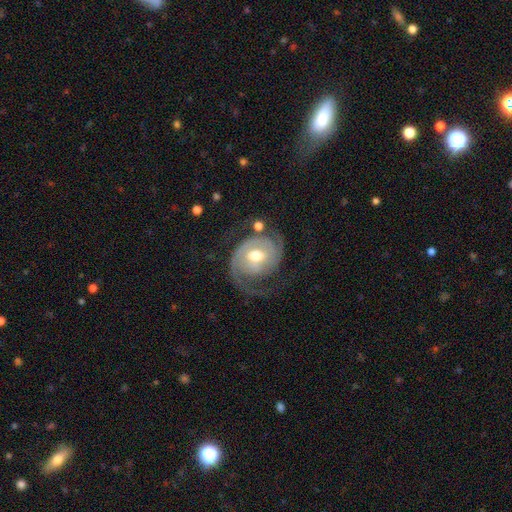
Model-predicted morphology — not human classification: This is clearly a featured or disk galaxy (85%). It is clearly not viewed edge-on (98%). Bar: possibly no (51%). Spiral arm pattern: clearly yes (94%). Spiral arm count: likely 2 (70%). Spiral winding: marginally tight (40%). Central bulge: likely moderate (74%). Merging: possibly none (54%).